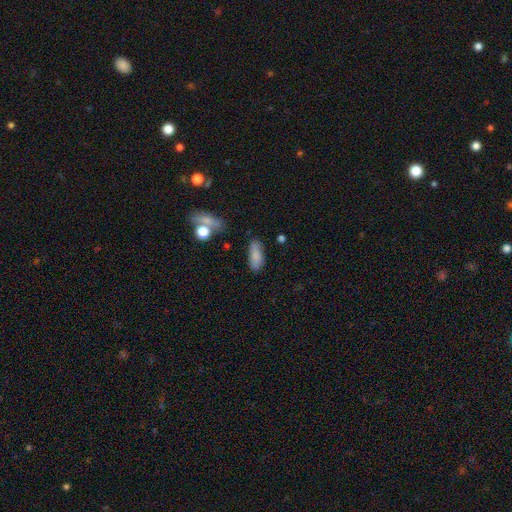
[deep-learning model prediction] Overall: smooth (82%). How rounded: in between (73%). Merging: none (78%).